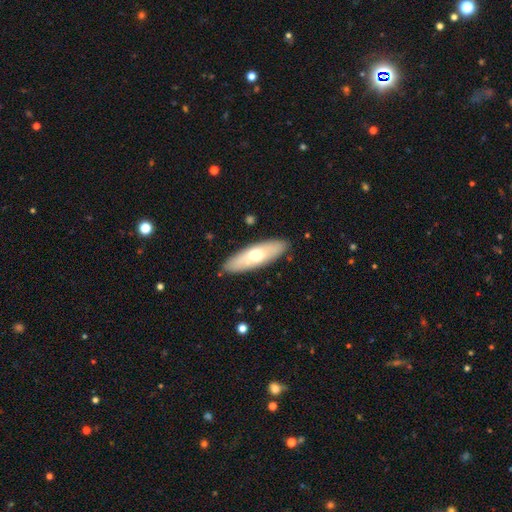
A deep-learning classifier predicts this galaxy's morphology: This is possibly a smooth galaxy (57%). How rounded: possibly in between (55%). Merging: clearly none (87%).